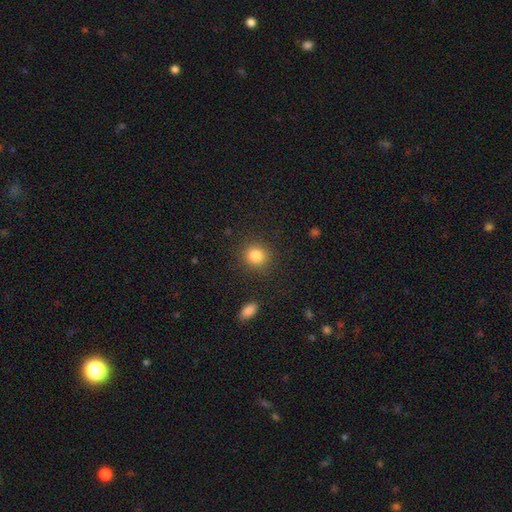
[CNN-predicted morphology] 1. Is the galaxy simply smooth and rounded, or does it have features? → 84% smooth, 10% star or artifact, 5% featured or disk.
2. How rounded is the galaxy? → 84% round, 15% in between, 1% cigar-shaped.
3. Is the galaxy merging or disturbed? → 87% none, 8% minor disturbance, 3% major disturbance, 2% merger.